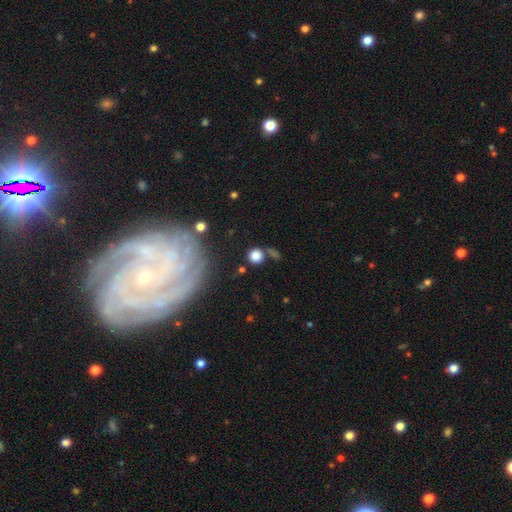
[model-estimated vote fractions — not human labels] Smooth or featured? smooth (81%)
How rounded? round (90%)
Merging? none (69%)